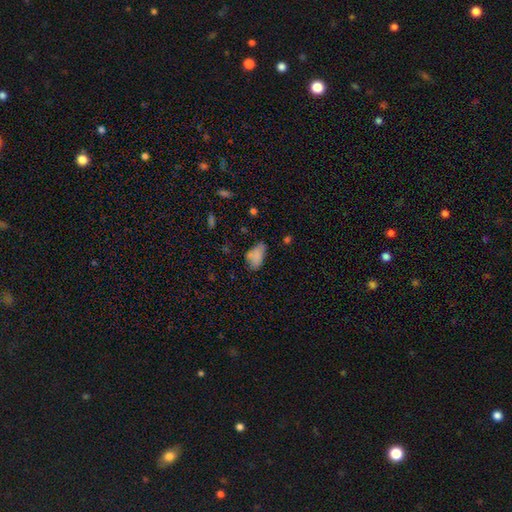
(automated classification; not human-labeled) The model was most divided on "merging": none: 47%, minor disturbance: 34%, major disturbance: 14%, merger: 6%. More confident: how rounded — in between (91%); smooth or featured — smooth (77%).